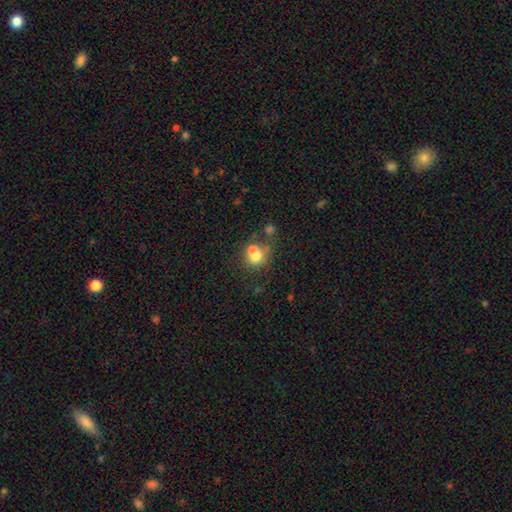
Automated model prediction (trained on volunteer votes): Smooth or featured? smooth (66%)
How rounded? round (75%)
Merging? merger (53%)